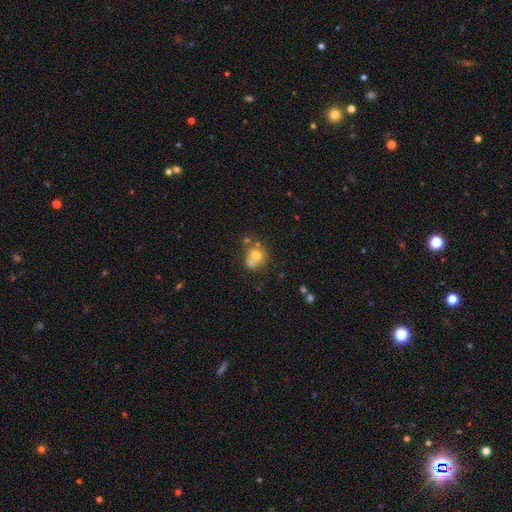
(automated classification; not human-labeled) smooth_or_featured: smooth (p=0.66) [alt: featured or disk p=0.22]
how_rounded: round (p=0.75) [alt: in between p=0.24]
merging: merger (p=0.45) [alt: none p=0.38]